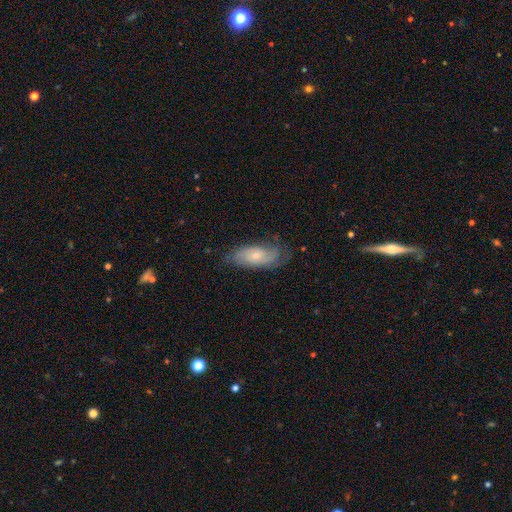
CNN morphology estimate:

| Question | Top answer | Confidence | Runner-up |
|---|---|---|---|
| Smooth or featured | featured or disk | 61% | smooth (33%) |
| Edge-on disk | no | 91% | yes (9%) |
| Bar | no | 72% | weak (24%) |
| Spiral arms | yes | 88% | no (12%) |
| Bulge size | small | 62% | moderate (32%) |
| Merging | none | 68% | minor disturbance (23%) |